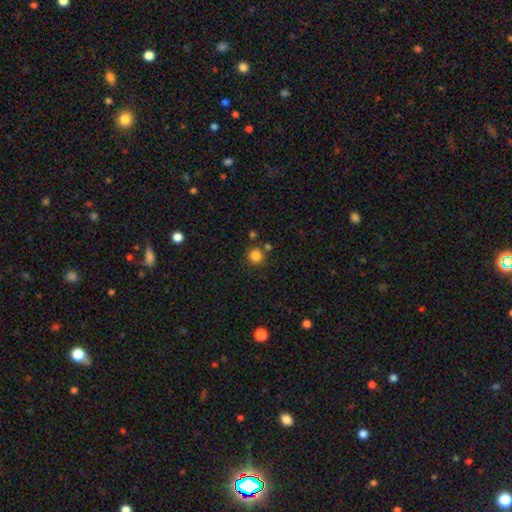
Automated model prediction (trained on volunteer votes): Morphology: type=smooth (84%); roundness=round (94%); merging=none (80%).